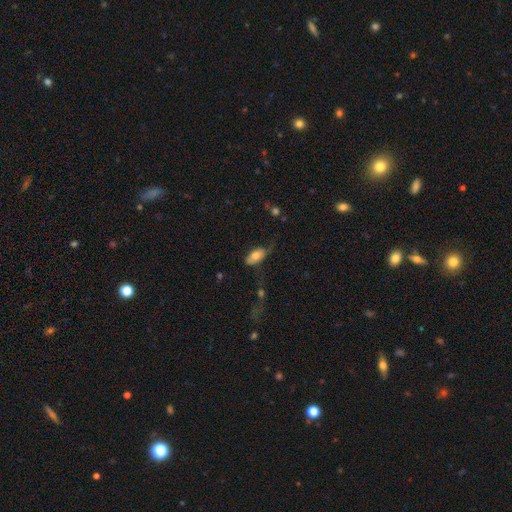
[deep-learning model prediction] The model was most divided on "merging": none: 40%, minor disturbance: 29%, major disturbance: 25%, merger: 6%. More confident: how rounded — in between (90%); smooth or featured — smooth (71%).